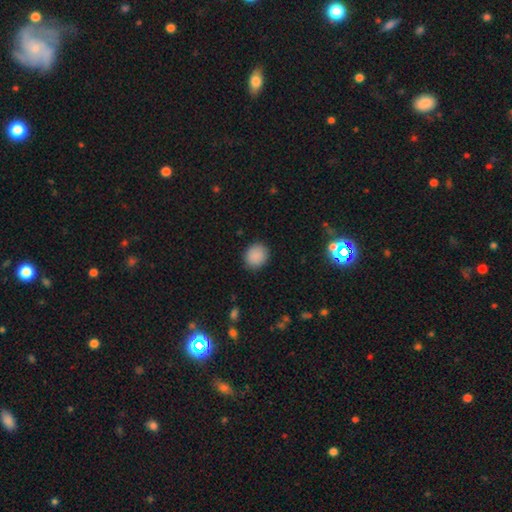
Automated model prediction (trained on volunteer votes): smooth-or-featured: smooth: 89% | star or artifact: 8% | featured or disk: 3%
  how-rounded: round: 81% | in between: 19% | cigar-shaped: 1%
  merging: none: 89% | minor disturbance: 8% | major disturbance: 2% | merger: 1%